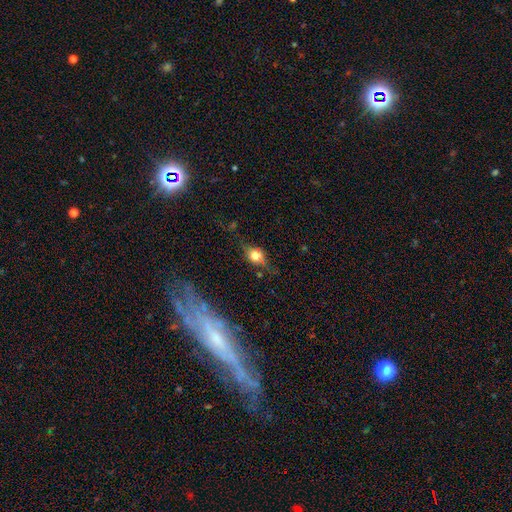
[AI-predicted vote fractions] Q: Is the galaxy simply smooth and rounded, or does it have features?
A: smooth — 44%.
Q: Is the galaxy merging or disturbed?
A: none — 70%.